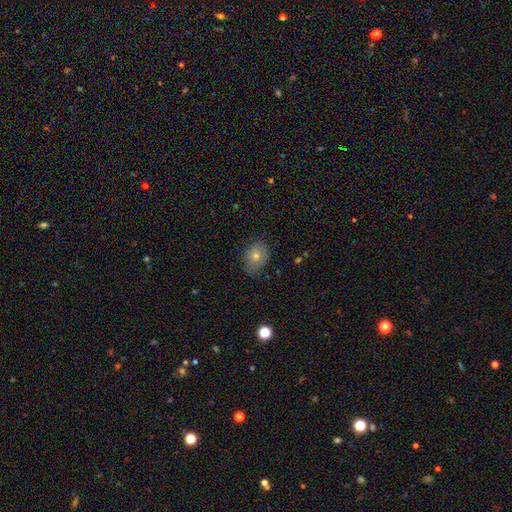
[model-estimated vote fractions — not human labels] Overall: smooth (63%; featured or disk 24%). How rounded: in between (61%; round 38%). Merging: none (78%).